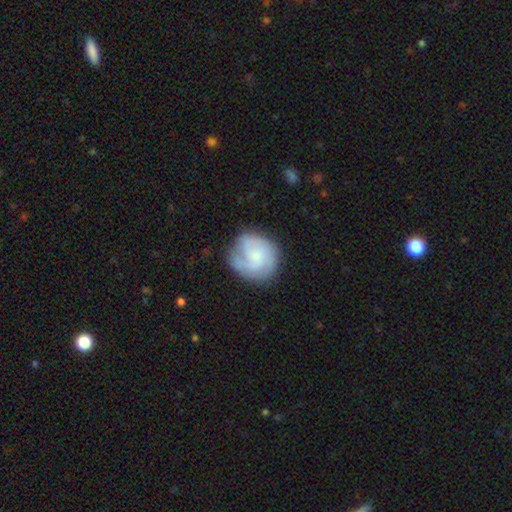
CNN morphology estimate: This is likely a featured or disk galaxy (61%). It is clearly not viewed edge-on (98%). Bar: likely no (69%). Spiral arm pattern: clearly yes (90%). Spiral arm count: marginally 3 (33%). Spiral winding: marginally medium (42%). Central bulge: possibly small (56%). Merging: likely none (69%).